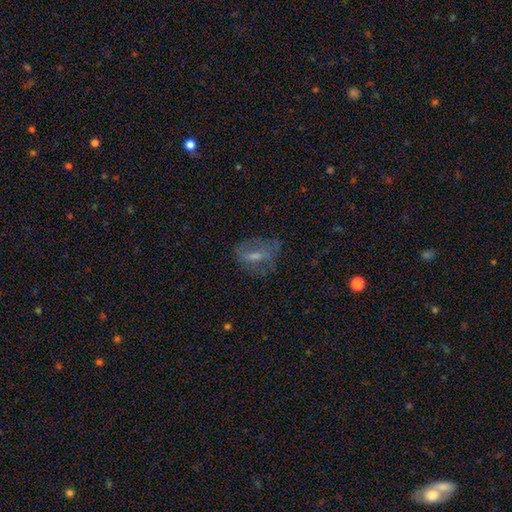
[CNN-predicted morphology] This appears to be a smooth galaxy with no disk features (45%). Merging: none (52%).